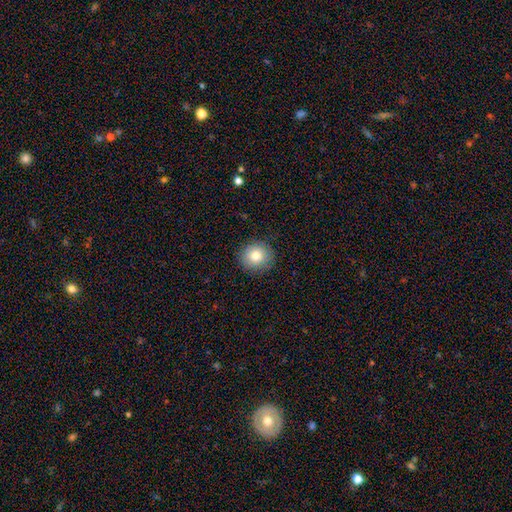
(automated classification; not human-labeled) smooth-or-featured: smooth: 80% | featured or disk: 10% | star or artifact: 10%
  how-rounded: round: 87% | in between: 12% | cigar-shaped: 1%
  merging: none: 89% | minor disturbance: 8% | major disturbance: 2% | merger: 1%